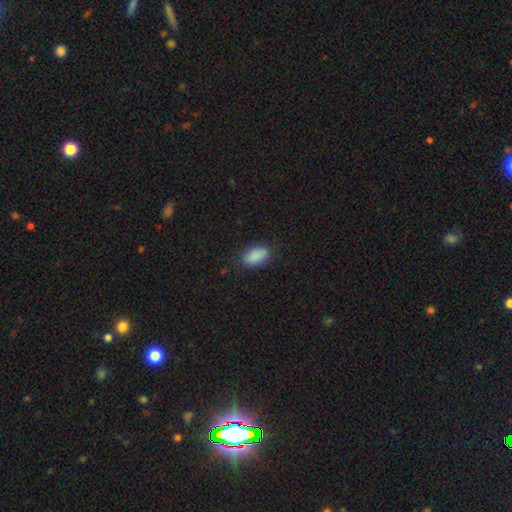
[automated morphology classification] smooth-or-featured: smooth: 88% | star or artifact: 7% | featured or disk: 4%
  how-rounded: in between: 91% | cigar-shaped: 5% | round: 4%
  merging: none: 80% | minor disturbance: 15% | major disturbance: 4% | merger: 1%